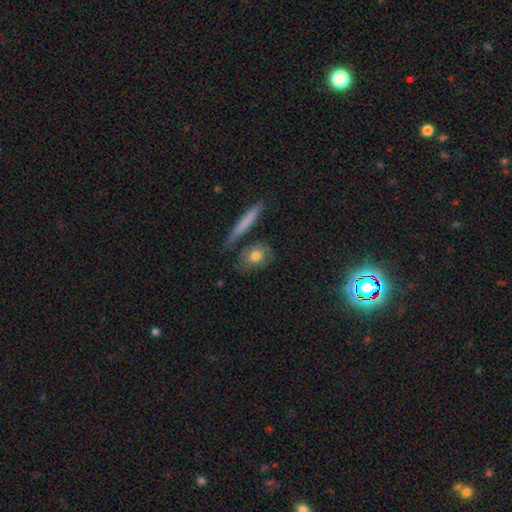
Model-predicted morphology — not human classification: Overall: smooth (69%). How rounded: in between (45%; round 38%). Merging: none (69%).